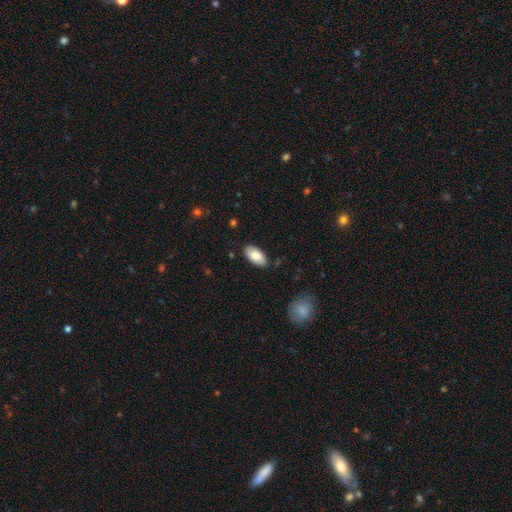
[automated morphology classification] Smooth or featured?
  - smooth: 83% *
  - featured or disk: 11%
  - star or artifact: 6%
How rounded?
  - in between: 95% *
  - cigar-shaped: 3%
  - round: 2%
Merging?
  - none: 85% *
  - minor disturbance: 12%
  - major disturbance: 2%
  - merger: 1%